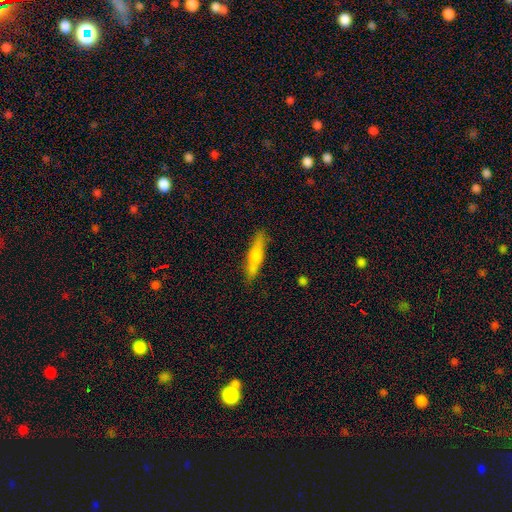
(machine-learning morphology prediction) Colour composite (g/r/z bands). It shows a smooth galaxy with no disk features (61%) that is cigar-shaped (83%). Merging: none (84%).